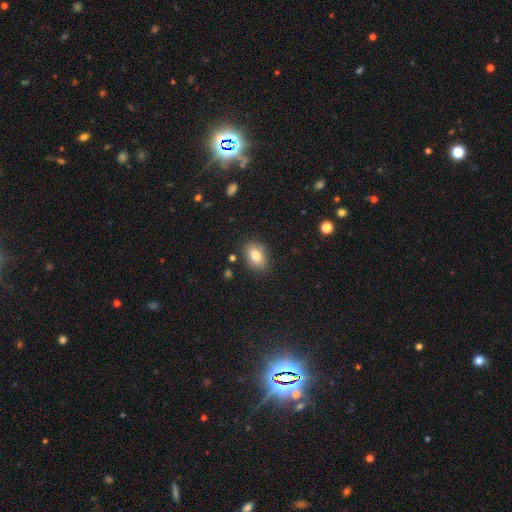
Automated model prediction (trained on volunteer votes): smooth 81%, featured or disk 10%, star or artifact 9%. Down the decision tree: how rounded — in between (80%); merging — none (83%).